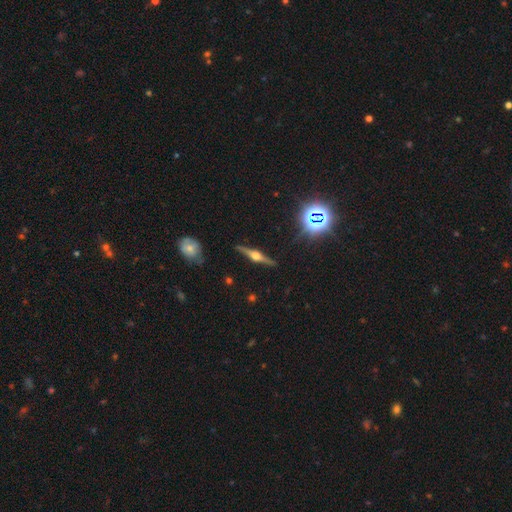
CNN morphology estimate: Smooth or featured: featured or disk — 81% (smooth — 11%)
Edge-on disk: yes — 98% (no — 2%)
Edge-on bulge: rounded — 93% (boxy — 5%)
Merging: none — 89% (minor disturbance — 8%)